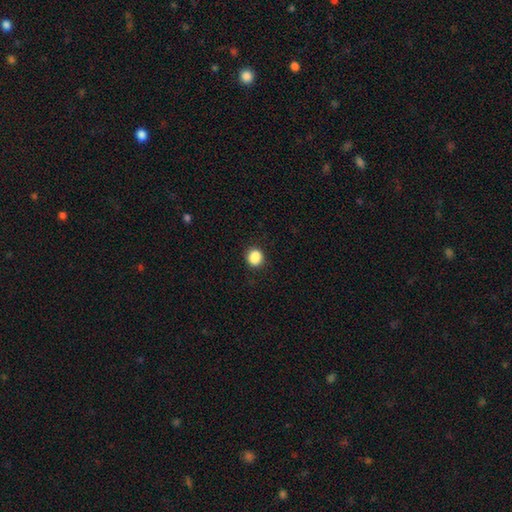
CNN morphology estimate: Overall: smooth (87%). How rounded: round (76%). Merging: none (88%).